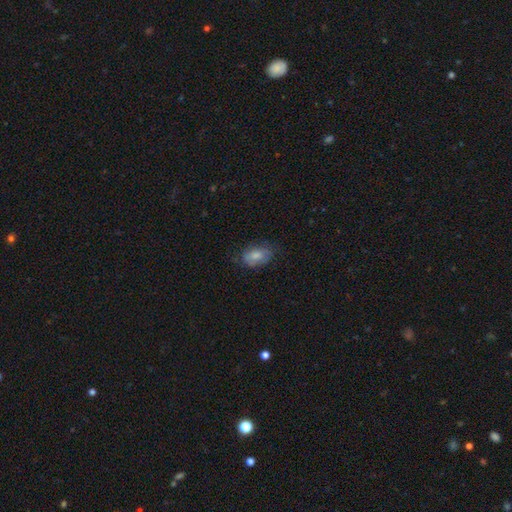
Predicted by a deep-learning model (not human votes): smooth 74%, featured or disk 19%, star or artifact 8%. Down the decision tree: how rounded — in between (88%); merging — none (66%).